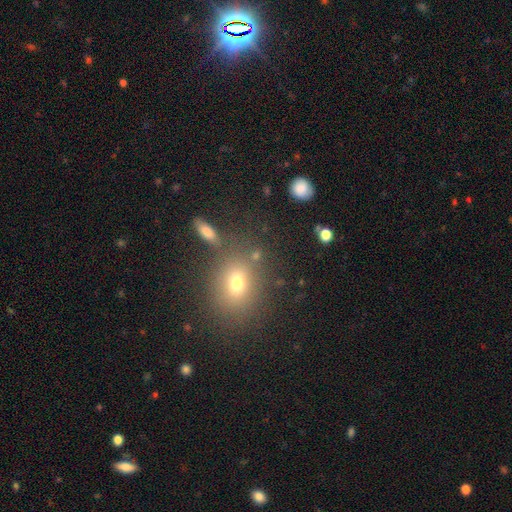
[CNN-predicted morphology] The model was most divided on "how rounded": round: 54%, in between: 44%, cigar-shaped: 2%. More confident: merging — none (77%); smooth or featured — smooth (58%).